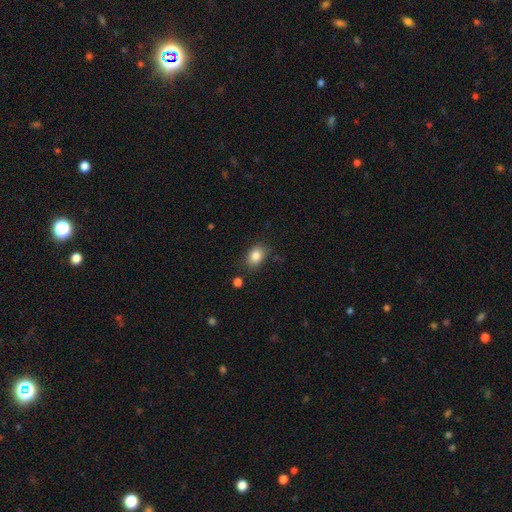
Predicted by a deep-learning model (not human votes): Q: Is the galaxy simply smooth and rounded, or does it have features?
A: smooth — 85%.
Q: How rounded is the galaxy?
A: in between — 70%.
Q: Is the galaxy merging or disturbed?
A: none — 81%.